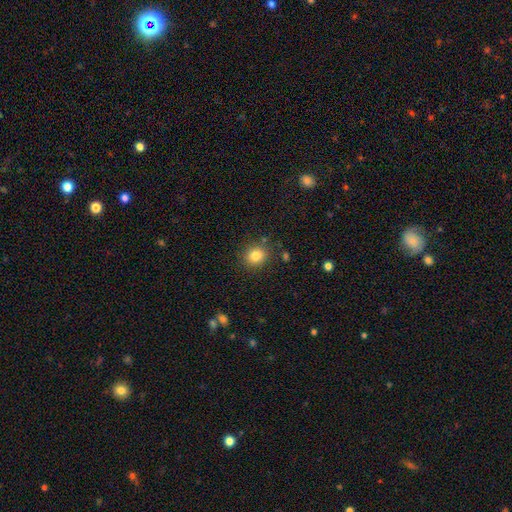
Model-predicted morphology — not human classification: This appears to be a smooth galaxy with no disk features (82%) that is round (80%). Merging: none (86%).